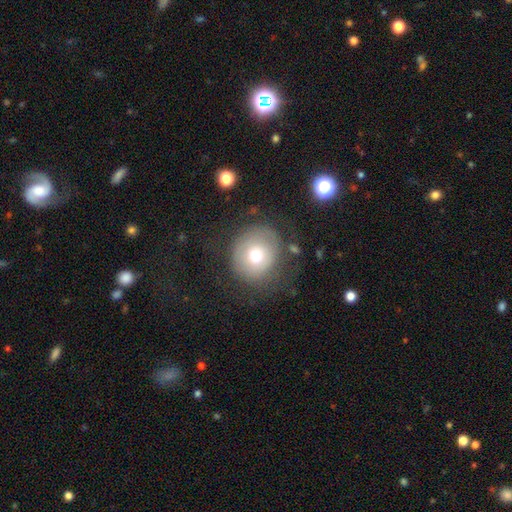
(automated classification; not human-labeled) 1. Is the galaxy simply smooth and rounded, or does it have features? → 68% smooth, 21% featured or disk, 12% star or artifact.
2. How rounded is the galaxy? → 86% round, 13% in between, 1% cigar-shaped.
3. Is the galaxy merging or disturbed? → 68% none, 18% minor disturbance, 12% major disturbance, 2% merger.